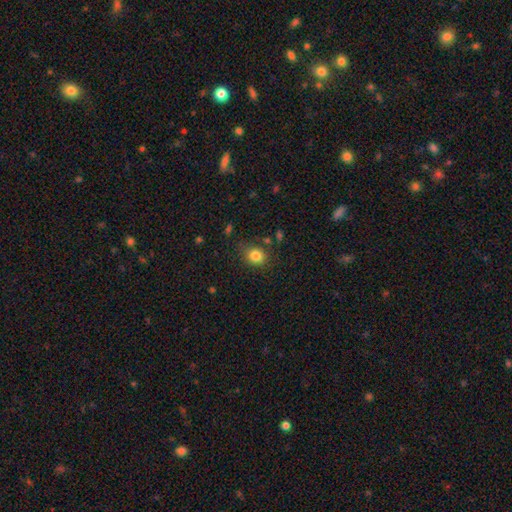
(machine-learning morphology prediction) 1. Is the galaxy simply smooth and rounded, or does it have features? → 82% smooth, 11% star or artifact, 6% featured or disk.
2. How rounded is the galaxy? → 62% round, 37% in between, 1% cigar-shaped.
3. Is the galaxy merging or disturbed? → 78% none, 14% minor disturbance, 4% major disturbance, 3% merger.